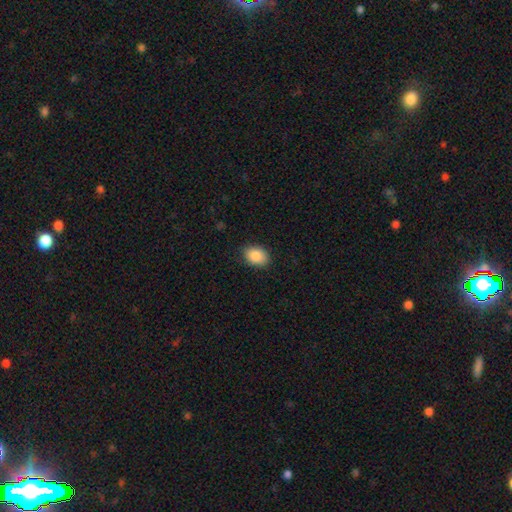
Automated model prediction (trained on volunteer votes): This appears to be a smooth galaxy with no disk features (88%) that is in between round and cigar-shaped (73%). Merging: none (86%).